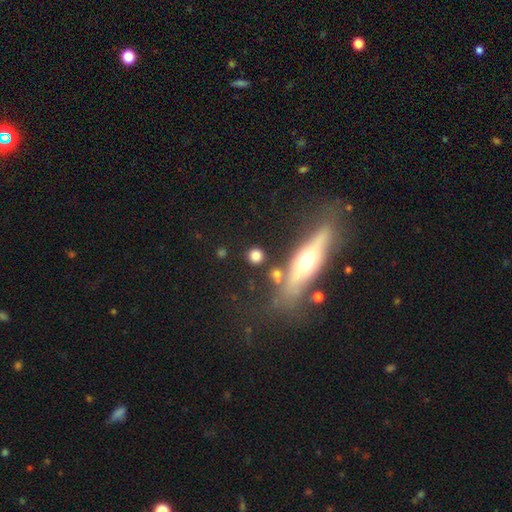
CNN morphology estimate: smooth 76%, featured or disk 13%, star or artifact 11%. Down the decision tree: how rounded — round (83%); merging — none (82%).